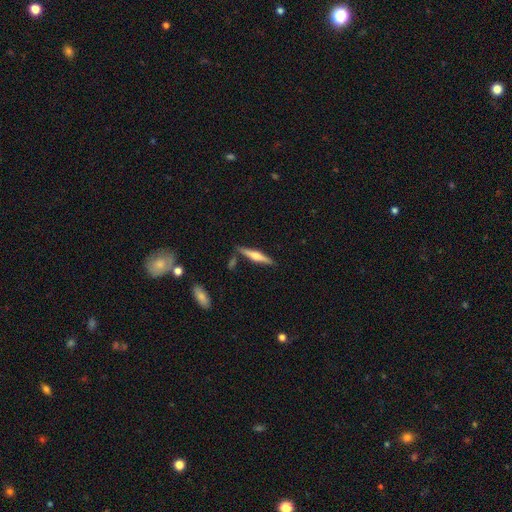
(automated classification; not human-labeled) Smooth or featured?
  - featured or disk: 57% *
  - smooth: 38%
  - star or artifact: 6%
Edge-on disk?
  - yes: 97% *
  - no: 3%
Edge-on bulge?
  - rounded: 82% *
  - boxy: 10%
  - none: 8%
Merging?
  - none: 83% *
  - minor disturbance: 10%
  - merger: 5%
  - major disturbance: 2%